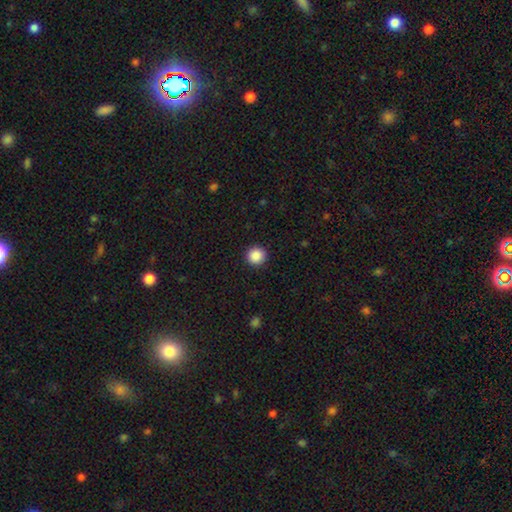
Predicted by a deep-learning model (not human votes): This is clearly a smooth galaxy (88%). How rounded: clearly round (95%). Merging: clearly none (92%).